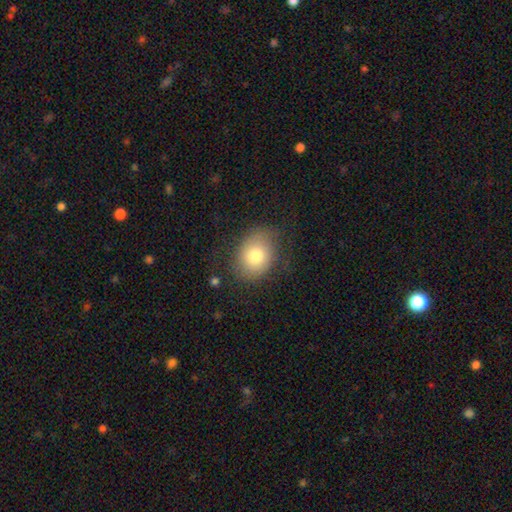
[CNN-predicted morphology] Overall: smooth (76%). How rounded: in between (54%; round 45%). Merging: none (74%).